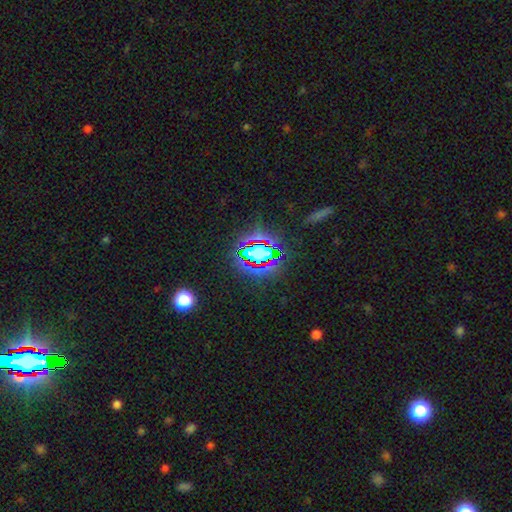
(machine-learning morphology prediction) This is likely a star or artifact rather than a galaxy (71%).